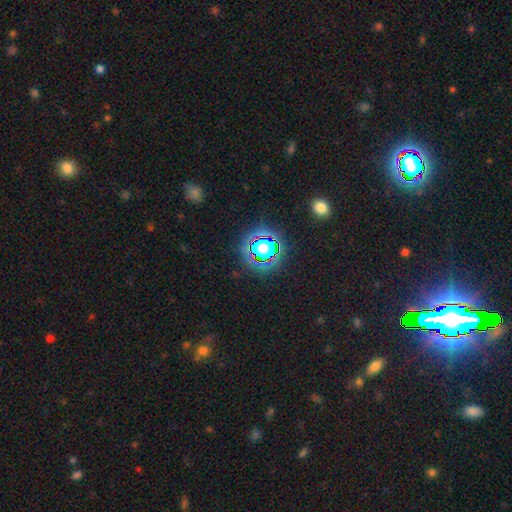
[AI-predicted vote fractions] star or artifact 70%, smooth 20%, featured or disk 9%.